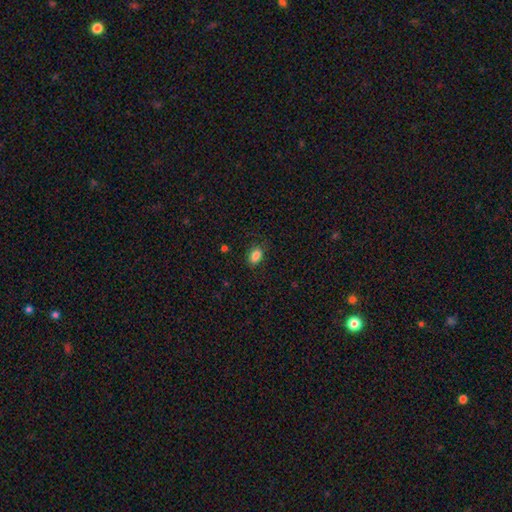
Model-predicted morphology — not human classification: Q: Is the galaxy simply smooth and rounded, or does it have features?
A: smooth — 86%.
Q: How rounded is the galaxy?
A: in between — 83%.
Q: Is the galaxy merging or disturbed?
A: none — 81%.